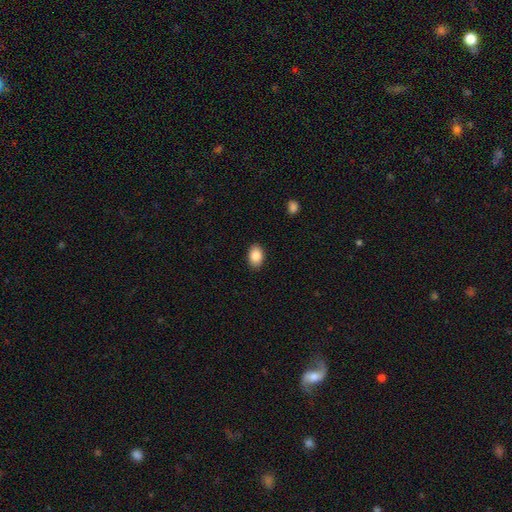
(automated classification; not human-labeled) Smooth or featured: smooth — 87% (star or artifact — 7%)
How rounded: in between — 83% (round — 15%)
Merging: none — 89% (minor disturbance — 8%)